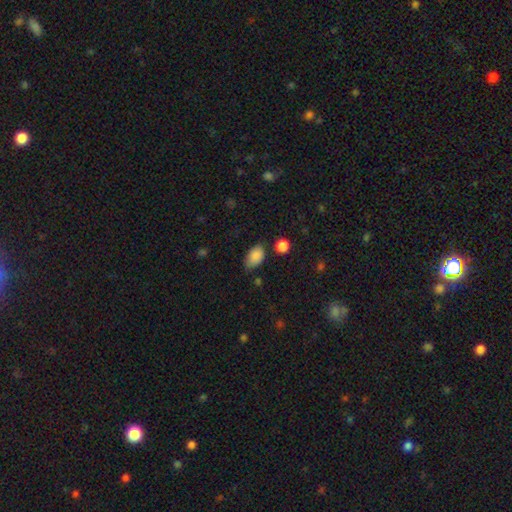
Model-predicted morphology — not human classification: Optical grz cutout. It shows a smooth galaxy with no disk features (86%) that is in between round and cigar-shaped (89%). Merging: none (65%).